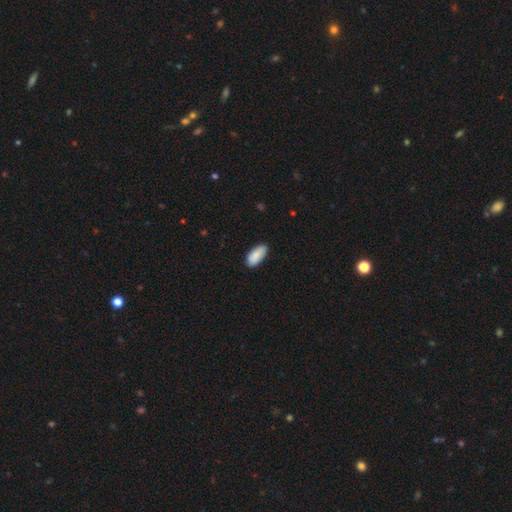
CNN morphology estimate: A smooth galaxy with no disk features (88%) that is in between round and cigar-shaped (93%). Merging: none (82%).